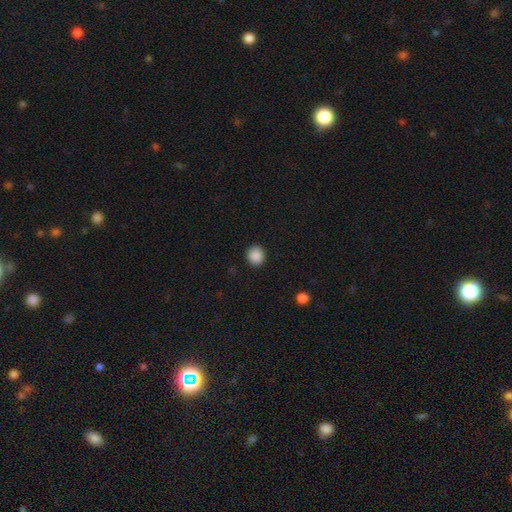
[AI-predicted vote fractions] Morphology: type=smooth (89%); roundness=round (83%); merging=none (91%).